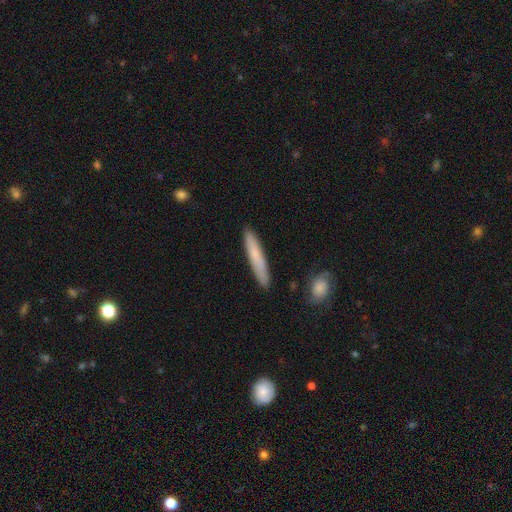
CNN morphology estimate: type=smooth (71%); roundness=cigar-shaped (93%); merging=none (88%).